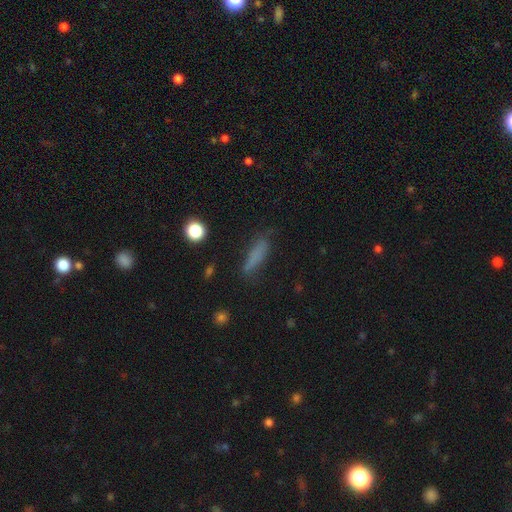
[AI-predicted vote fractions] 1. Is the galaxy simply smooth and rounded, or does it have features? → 73% smooth, 14% featured or disk, 13% star or artifact.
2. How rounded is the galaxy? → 70% cigar-shaped, 27% in between, 3% round.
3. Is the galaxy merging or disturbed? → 69% none, 21% minor disturbance, 7% major disturbance, 2% merger.